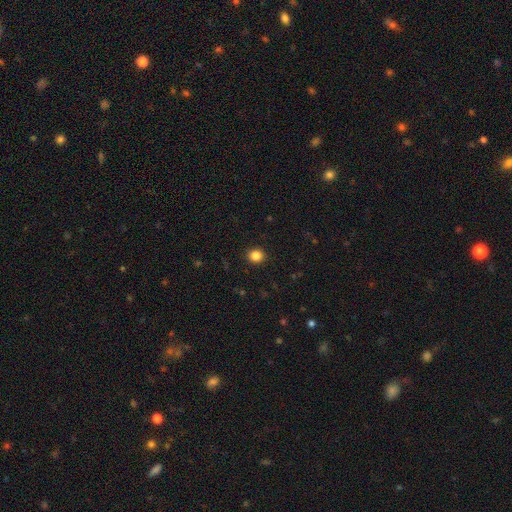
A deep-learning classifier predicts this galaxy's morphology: A smooth galaxy with no disk features (85%) that is round (83%).

Vote fractions:
- Smooth or featured? smooth: 85% / star or artifact: 11% / featured or disk: 4%
- How rounded? round: 83% / in between: 16% / cigar-shaped: 1%
- Merging? none: 92% / minor disturbance: 5% / major disturbance: 2% / merger: 1%